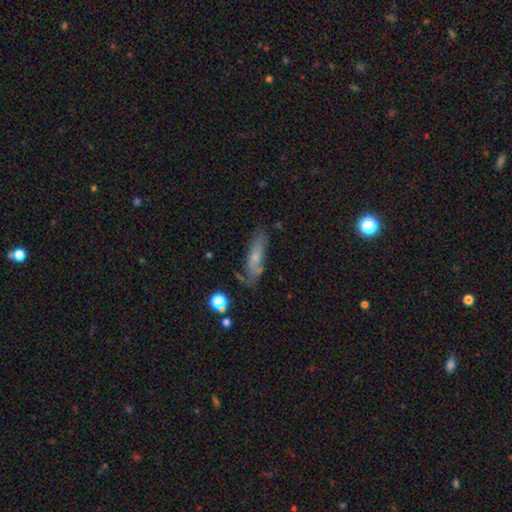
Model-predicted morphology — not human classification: Smooth or featured? smooth (48%)
Merging? none (68%)